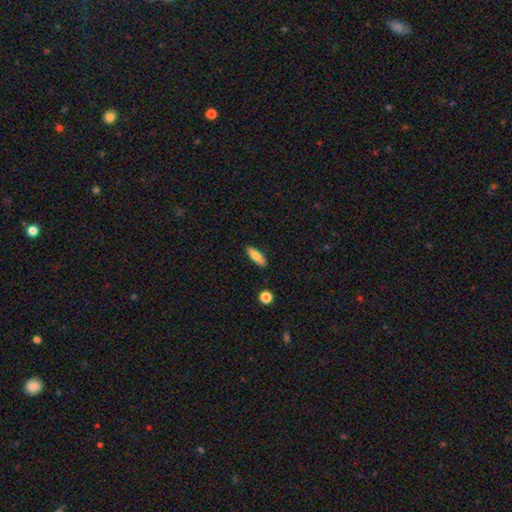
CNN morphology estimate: Smooth or featured: smooth — 72% (featured or disk — 21%)
How rounded: in between — 51% (cigar-shaped — 47%)
Merging: none — 86% (minor disturbance — 10%)